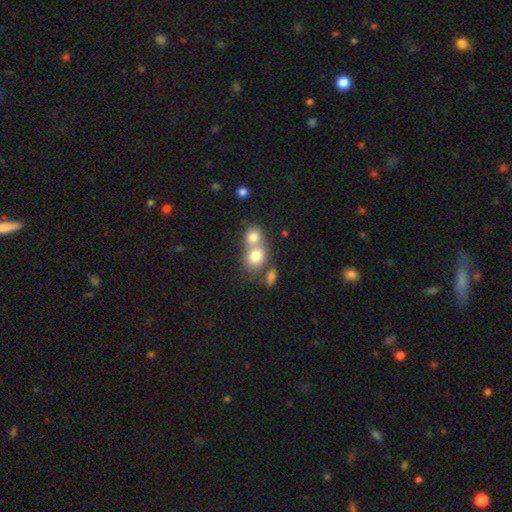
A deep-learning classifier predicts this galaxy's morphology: smooth-or-featured: smooth: 77% | featured or disk: 13% | star or artifact: 10%
  how-rounded: round: 67% | in between: 31% | cigar-shaped: 1%
  merging: merger: 61% | none: 30% | minor disturbance: 6% | major disturbance: 3%